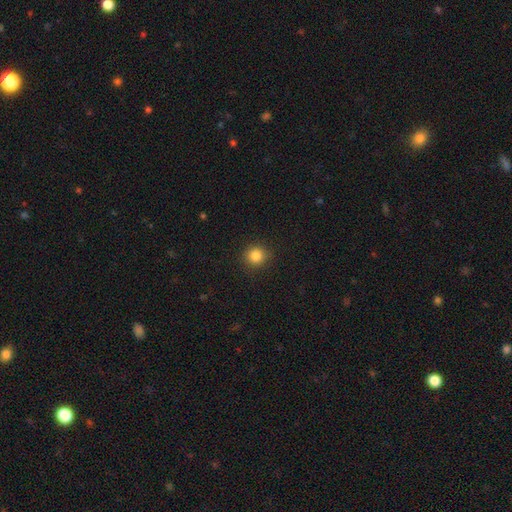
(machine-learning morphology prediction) Smooth or featured? smooth (85%)
How rounded? round (92%)
Merging? none (91%)